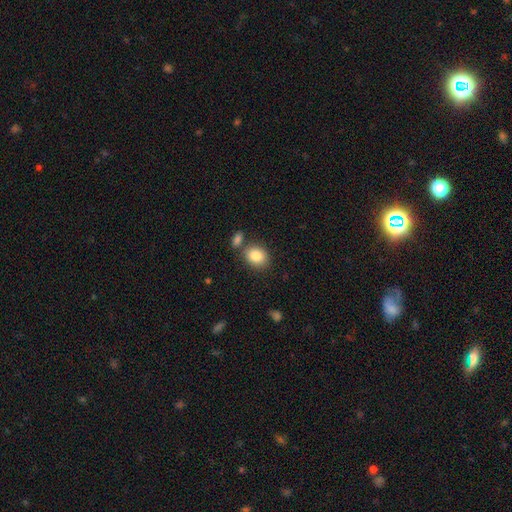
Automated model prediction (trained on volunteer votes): smooth 85%, star or artifact 8%, featured or disk 7%. Down the decision tree: how rounded — round (51%); merging — none (68%).